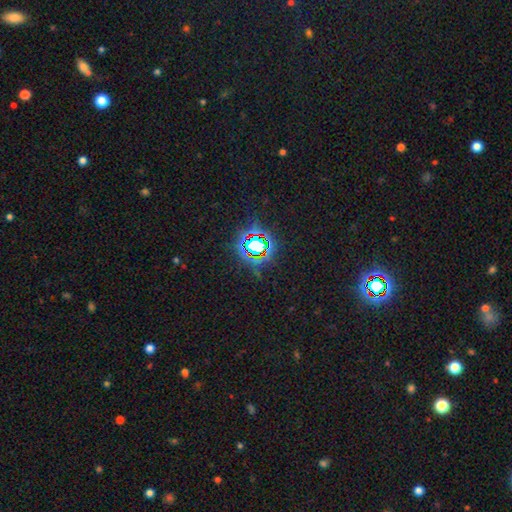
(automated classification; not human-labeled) Morphology: type=star or artifact (77%).